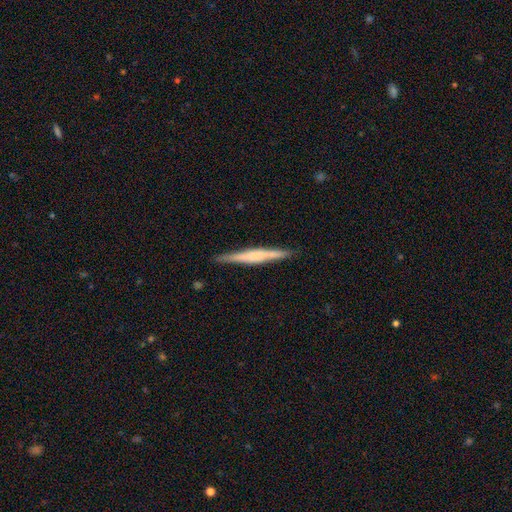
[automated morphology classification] The model was most divided on "edge-on bulge": rounded: 36%, none: 33%, boxy: 32%. More confident: edge-on disk — yes (98%); merging — none (88%); smooth or featured — featured or disk (59%).